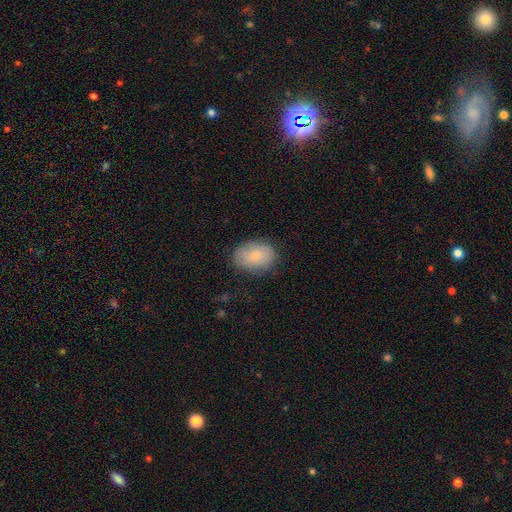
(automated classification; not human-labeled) This appears to be a smooth galaxy with no disk features (78%) that is in between round and cigar-shaped (78%). Merging: none (79%).